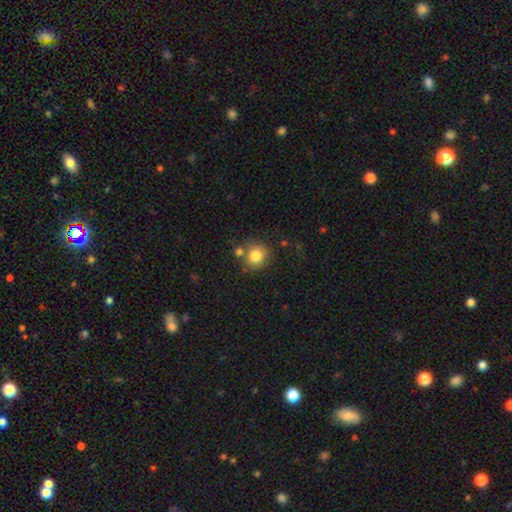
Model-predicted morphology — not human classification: type=smooth (82%); roundness=round (88%); merging=none (69%).